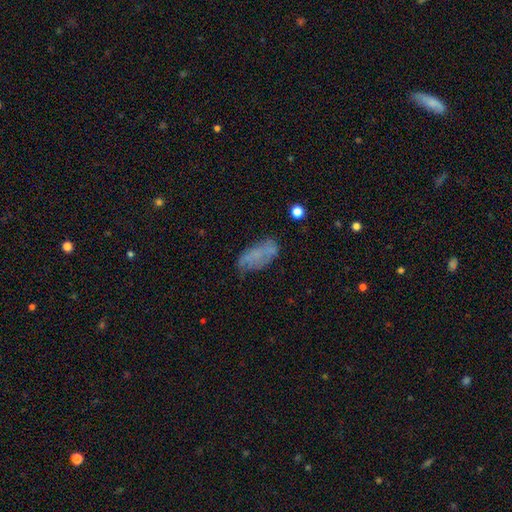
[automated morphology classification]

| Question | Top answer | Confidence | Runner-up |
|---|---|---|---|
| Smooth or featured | smooth | 57% | featured or disk (31%) |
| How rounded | in between | 85% | cigar-shaped (12%) |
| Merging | none | 50% | minor disturbance (29%) |